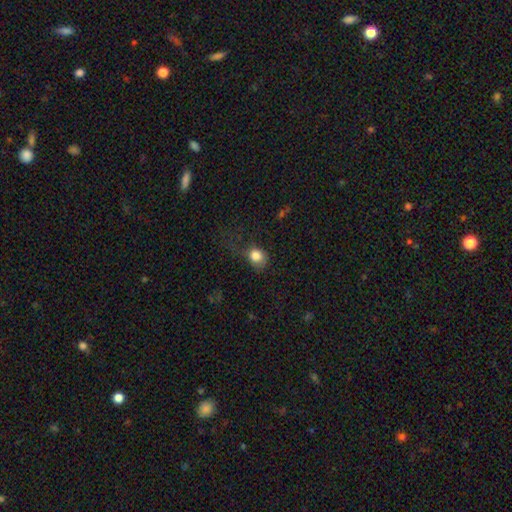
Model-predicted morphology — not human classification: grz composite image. It shows a smooth galaxy with no disk features (82%) that is round (67%). Merging: none (38%).